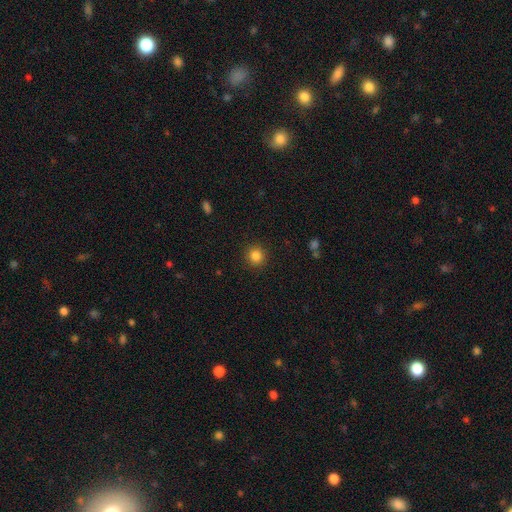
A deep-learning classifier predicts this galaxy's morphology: smooth-or-featured: smooth: 84% | star or artifact: 12% | featured or disk: 4%
  how-rounded: round: 93% | in between: 6% | cigar-shaped: 1%
  merging: none: 91% | minor disturbance: 6% | major disturbance: 2% | merger: 1%